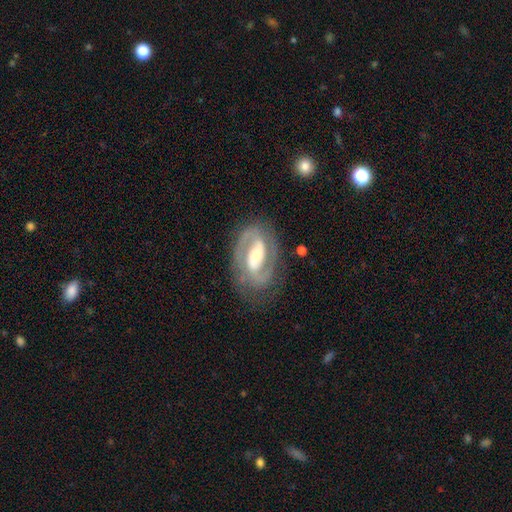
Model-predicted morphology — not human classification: The model was most divided on "spiral winding": medium: 47%, tight: 40%, loose: 13%. Remaining: edge-on disk — no (96%); spiral arms — yes (93%); spiral arm count — 2 (89%); smooth or featured — featured or disk (87%); merging — none (76%); bulge size — moderate (55%); bar — strong (48%).